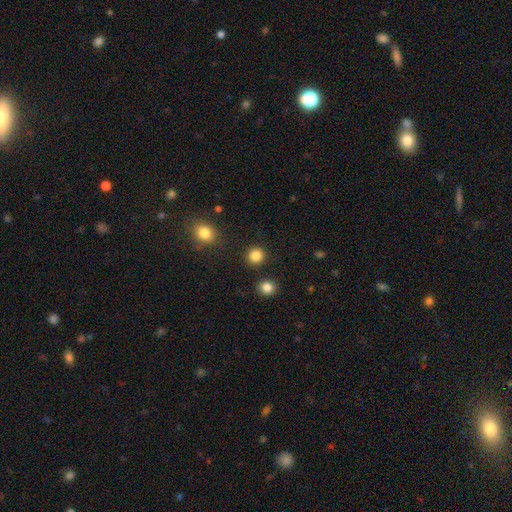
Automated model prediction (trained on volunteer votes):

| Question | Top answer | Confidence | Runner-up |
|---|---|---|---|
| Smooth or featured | smooth | 86% | star or artifact (11%) |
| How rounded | round | 90% | in between (9%) |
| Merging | none | 90% | minor disturbance (5%) |